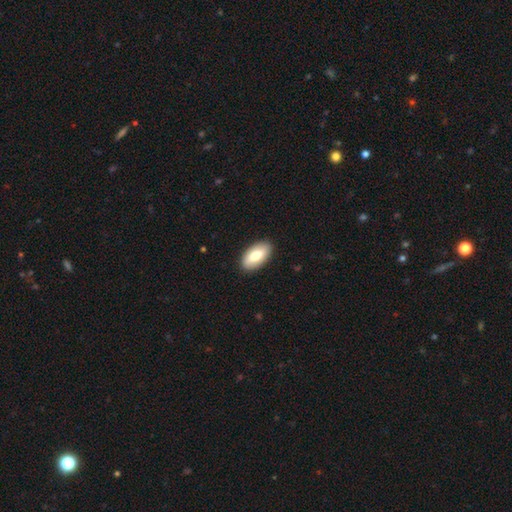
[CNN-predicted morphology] smooth 69%, featured or disk 25%, star or artifact 5%. Down the decision tree: how rounded — in between (93%); merging — none (89%).